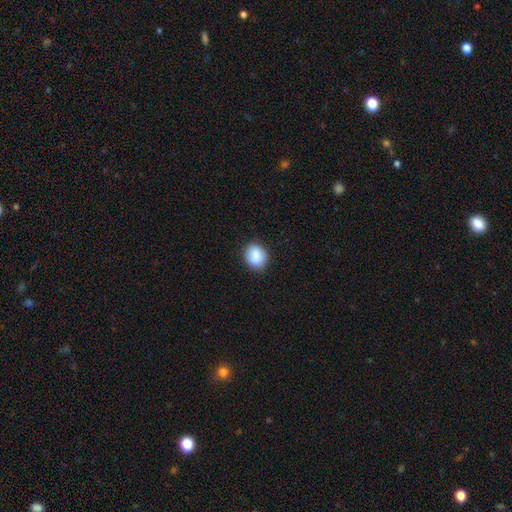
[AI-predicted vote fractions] A smooth galaxy with no disk features (86%) that is round (52%).

Vote fractions:
- Smooth or featured? smooth: 86% / star or artifact: 8% / featured or disk: 6%
- How rounded? round: 52% / in between: 47% / cigar-shaped: 1%
- Merging? none: 86% / minor disturbance: 10% / major disturbance: 2% / merger: 1%